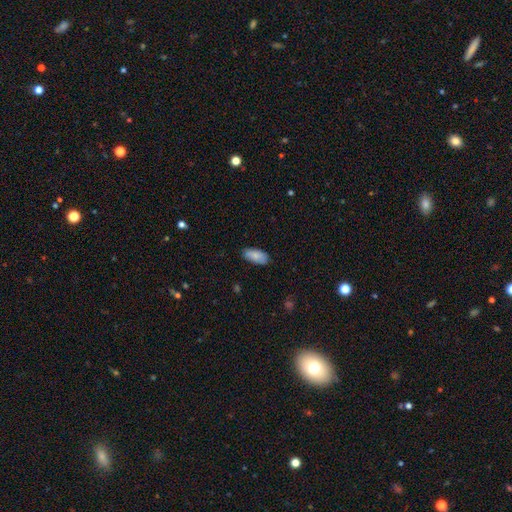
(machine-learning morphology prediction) smooth_or_featured: smooth (p=0.86) [alt: featured or disk p=0.07]
how_rounded: in between (p=0.87) [alt: cigar-shaped p=0.11]
merging: none (p=0.85) [alt: minor disturbance p=0.12]